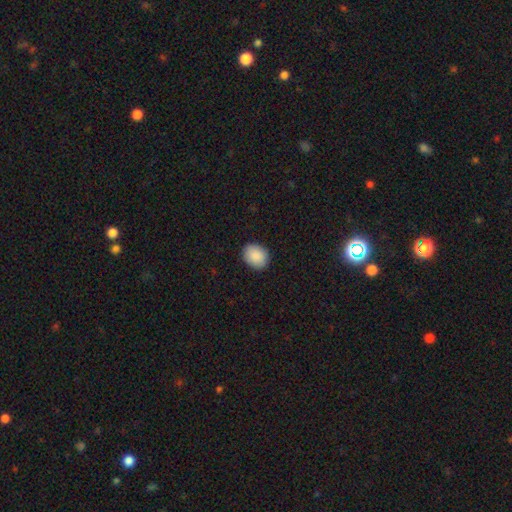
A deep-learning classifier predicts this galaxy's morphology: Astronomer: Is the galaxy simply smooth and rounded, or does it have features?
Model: smooth — 90%.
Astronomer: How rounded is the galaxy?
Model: in between — 54% (runner-up: round, 45%).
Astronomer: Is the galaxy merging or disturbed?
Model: none — 89%.